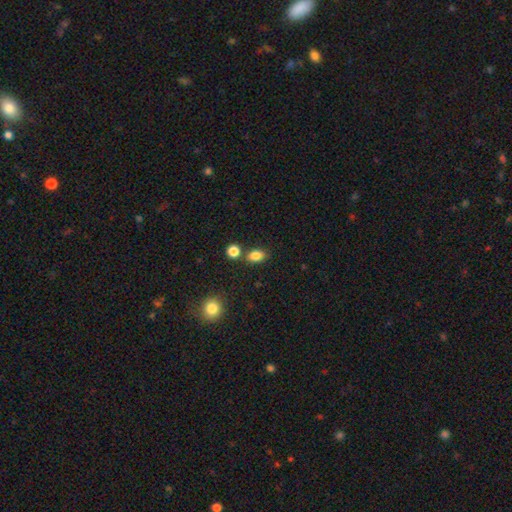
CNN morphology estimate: Q: Smooth or featured?
A: smooth (83%); runner-up: star or artifact (11%)
Q: How rounded?
A: in between (77%); runner-up: round (20%)
Q: Merging?
A: none (73%); runner-up: merger (12%)